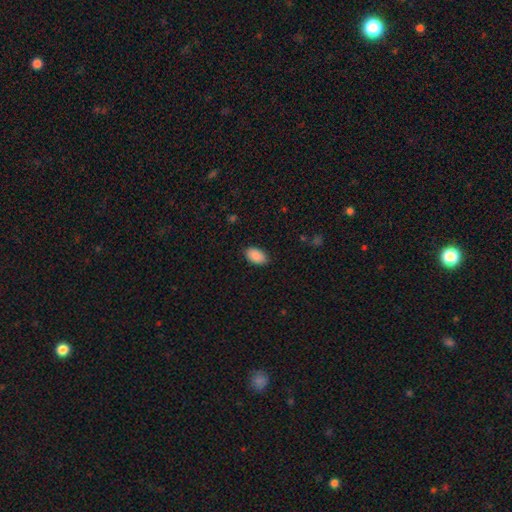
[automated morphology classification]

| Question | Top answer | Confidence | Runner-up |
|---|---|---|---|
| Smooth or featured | smooth | 90% | star or artifact (7%) |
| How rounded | in between | 94% | round (5%) |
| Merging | none | 87% | minor disturbance (10%) |